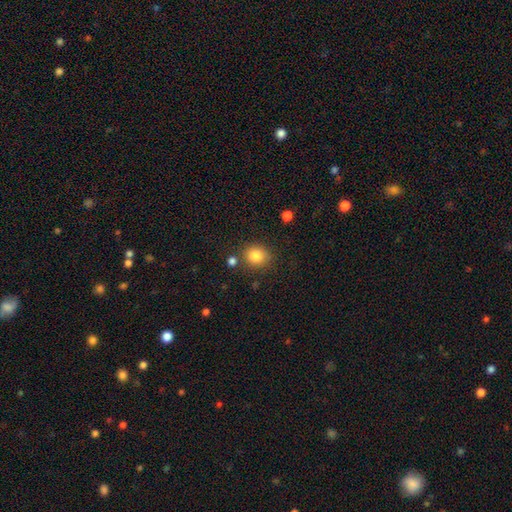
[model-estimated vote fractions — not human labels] Q: Smooth or featured?
A: smooth (84%); runner-up: star or artifact (10%)
Q: How rounded?
A: round (79%); runner-up: in between (20%)
Q: Merging?
A: none (80%); runner-up: minor disturbance (11%)